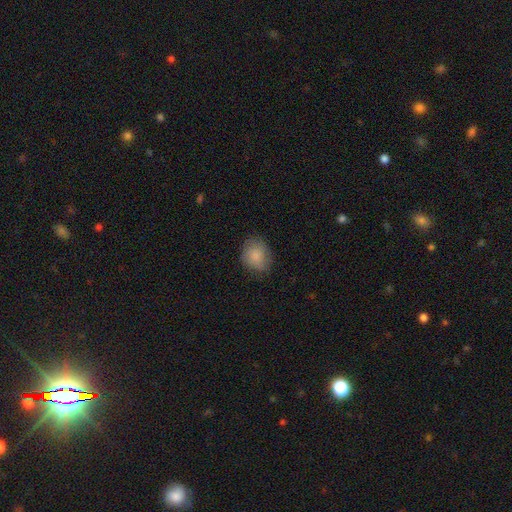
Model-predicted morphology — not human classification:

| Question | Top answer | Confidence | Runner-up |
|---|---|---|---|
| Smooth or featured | smooth | 84% | featured or disk (9%) |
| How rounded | round | 56% | in between (43%) |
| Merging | none | 73% | minor disturbance (21%) |